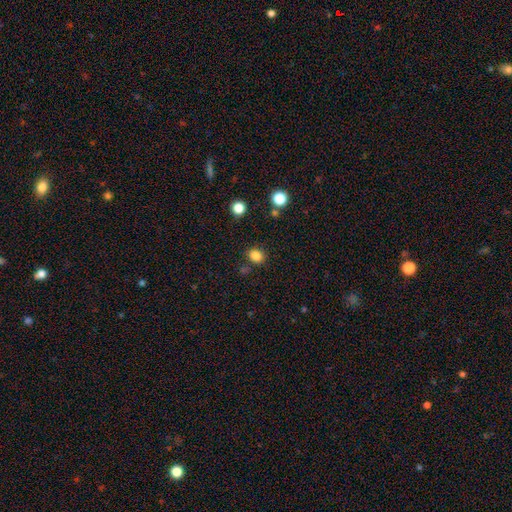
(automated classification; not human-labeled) smooth 83%, star or artifact 12%, featured or disk 4%. Down the decision tree: how rounded — round (58%); merging — none (82%).